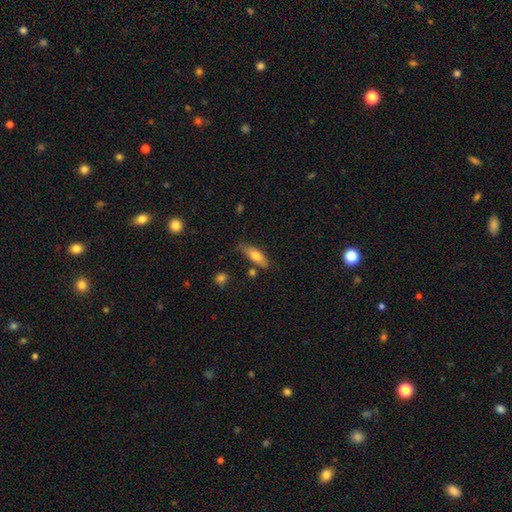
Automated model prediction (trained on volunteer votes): Smooth or featured? smooth (71%)
How rounded? in between (54%)
Merging? none (68%)